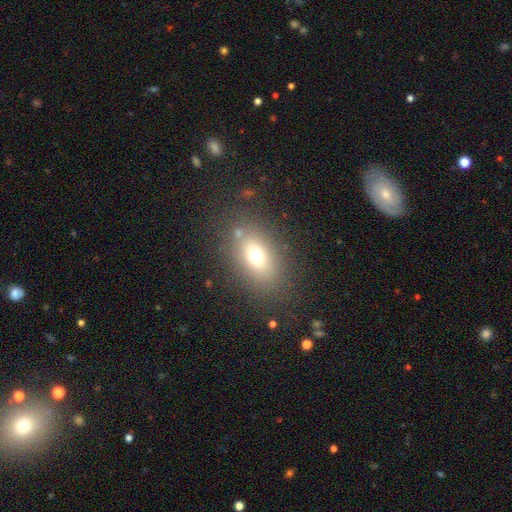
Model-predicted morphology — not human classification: This appears to be a smooth galaxy with no disk features (68%) that is in between round and cigar-shaped (77%). Merging: none (78%).